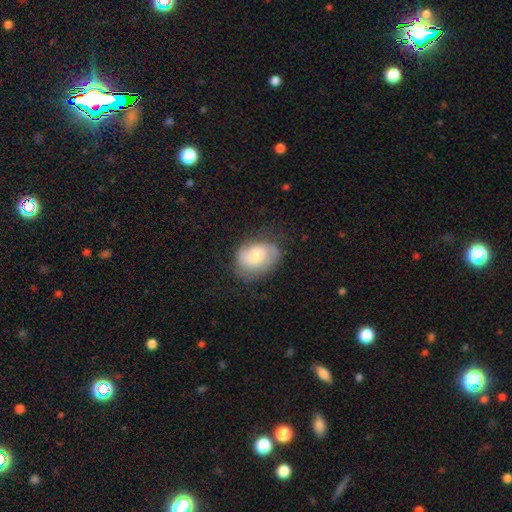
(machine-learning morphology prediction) The model was most divided on "smooth or featured": smooth: 52%, featured or disk: 40%, star or artifact: 7%. More confident: how rounded — in between (72%); merging — none (63%).